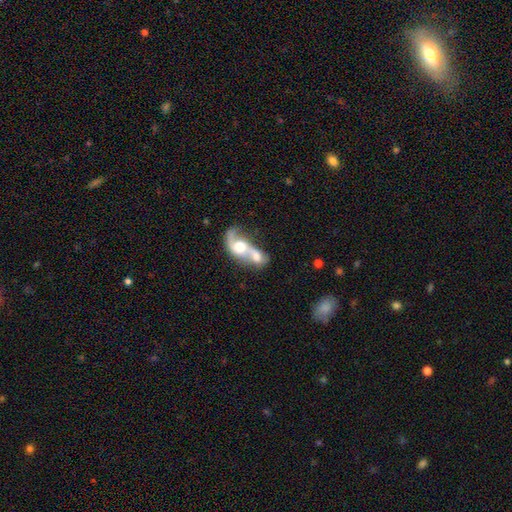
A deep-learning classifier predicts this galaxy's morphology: Smooth or featured? Predicted: featured or disk (p=0.59). Edge-on disk? Predicted: no (p=0.94). Bar? Predicted: no (p=0.70). Spiral arms? Predicted: yes (p=0.72). Bulge size? Predicted: moderate (p=0.49). Merging? Predicted: merger (p=0.79).